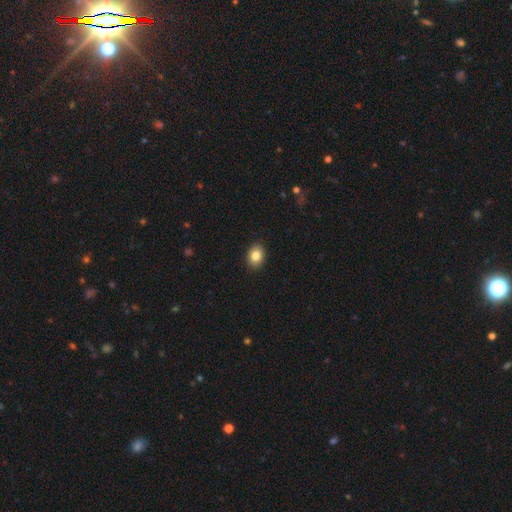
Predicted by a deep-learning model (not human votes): A smooth galaxy with no disk features (84%) that is in between round and cigar-shaped (64%). Merging: none (91%).